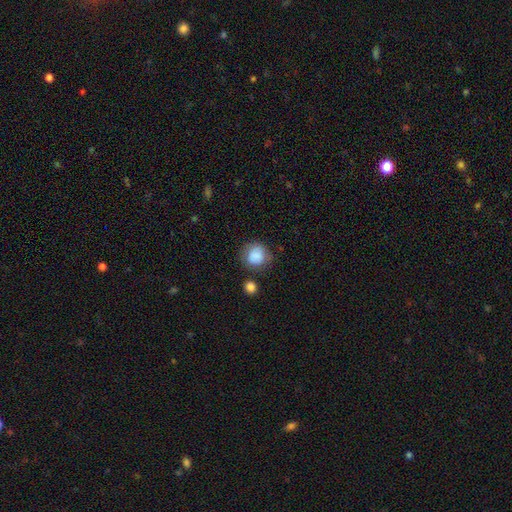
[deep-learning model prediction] Smooth or featured: smooth — 84% (star or artifact — 8%)
How rounded: round — 82% (in between — 17%)
Merging: none — 67% (minor disturbance — 19%)